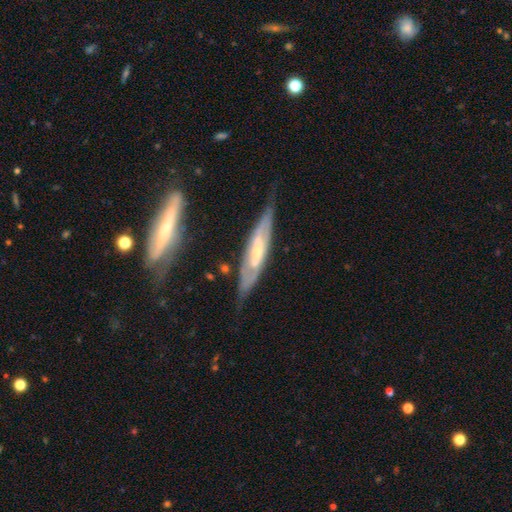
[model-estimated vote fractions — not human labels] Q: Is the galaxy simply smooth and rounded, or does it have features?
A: featured or disk — 72%.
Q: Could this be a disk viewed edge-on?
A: no — 56%.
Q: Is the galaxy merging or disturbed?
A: none — 67%.